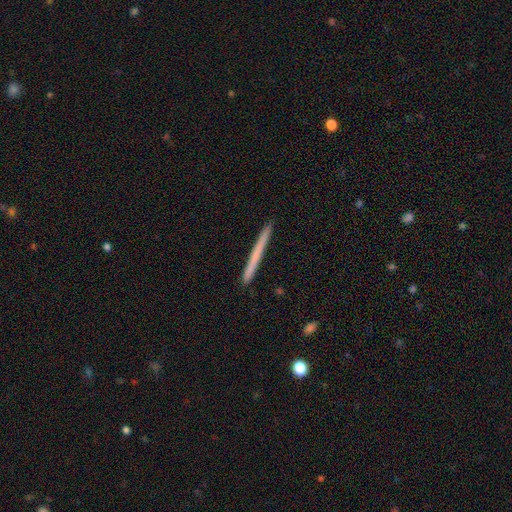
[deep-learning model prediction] smooth_or_featured: smooth (p=0.60) [alt: featured or disk p=0.35]
how_rounded: cigar-shaped (p=0.98) [alt: in between p=0.01]
merging: none (p=0.92) [alt: minor disturbance p=0.05]